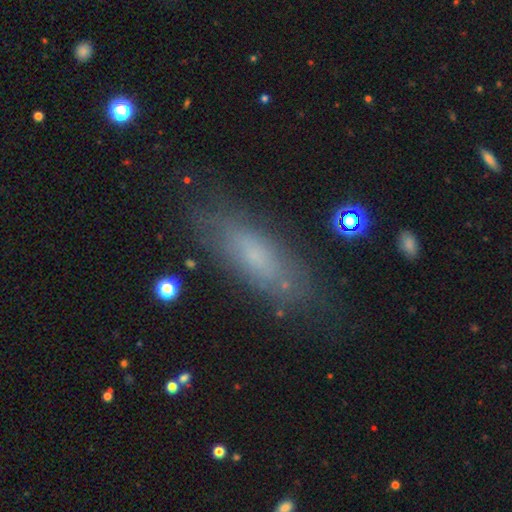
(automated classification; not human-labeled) The model was most divided on "how rounded": in between: 54%, cigar-shaped: 43%, round: 3%. More confident: merging — none (79%); smooth or featured — smooth (58%).